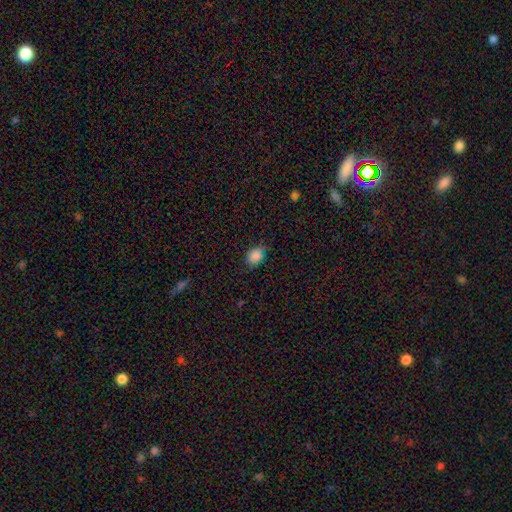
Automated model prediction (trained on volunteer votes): Smooth or featured?
  - smooth: 84% *
  - star or artifact: 10%
  - featured or disk: 5%
How rounded?
  - in between: 67% *
  - round: 32%
  - cigar-shaped: 1%
Merging?
  - none: 69% *
  - minor disturbance: 25%
  - major disturbance: 5%
  - merger: 1%